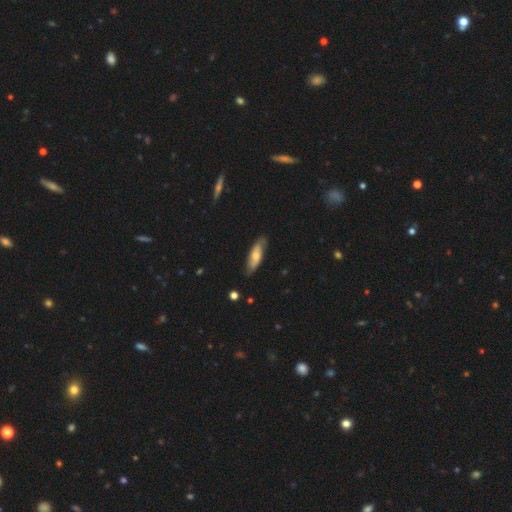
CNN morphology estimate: A smooth galaxy with no disk features (54%) that is in between round and cigar-shaped (53%). Merging: none (80%).